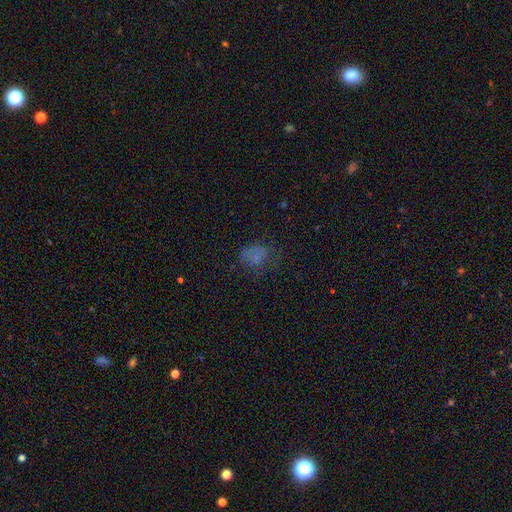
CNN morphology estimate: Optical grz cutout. It shows a smooth galaxy with no disk features (61%) that is in between round and cigar-shaped (59%). Merging: none (47%).